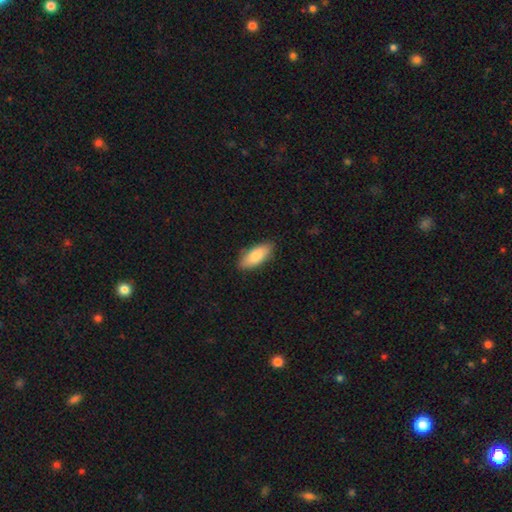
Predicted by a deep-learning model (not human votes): smooth_or_featured: smooth (p=0.84) [alt: featured or disk p=0.11]
how_rounded: in between (p=0.83) [alt: cigar-shaped p=0.15]
merging: none (p=0.84) [alt: minor disturbance p=0.12]